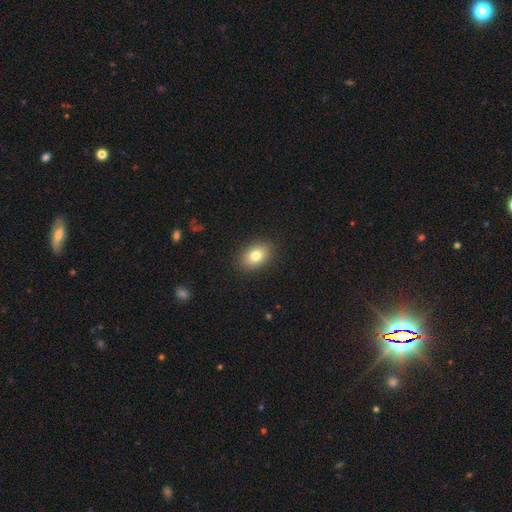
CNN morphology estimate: smooth 81%, featured or disk 10%, star or artifact 9%. Down the decision tree: how rounded — in between (79%); merging — none (89%).